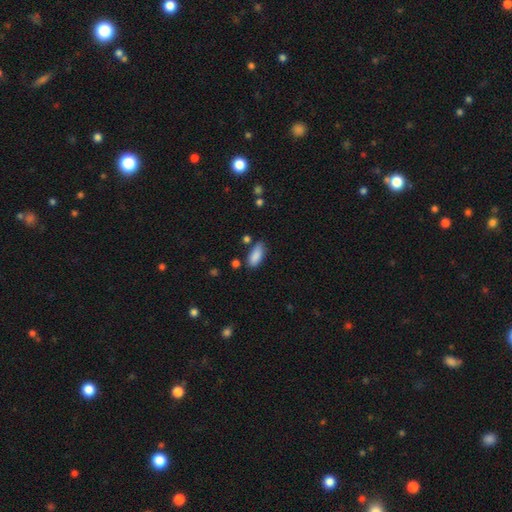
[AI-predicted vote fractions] Smooth or featured?
  - smooth: 88% *
  - star or artifact: 7%
  - featured or disk: 5%
How rounded?
  - in between: 84% *
  - cigar-shaped: 14%
  - round: 2%
Merging?
  - none: 72% *
  - minor disturbance: 19%
  - merger: 5%
  - major disturbance: 4%